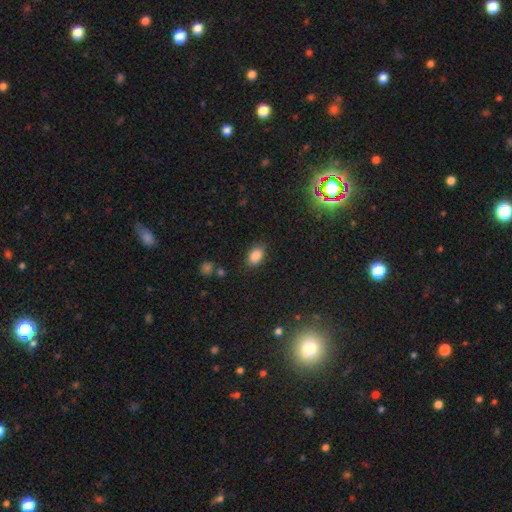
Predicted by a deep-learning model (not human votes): The model was most divided on "how rounded": in between: 81%, round: 18%, cigar-shaped: 1%. More confident: smooth or featured — smooth (86%); merging — none (85%).